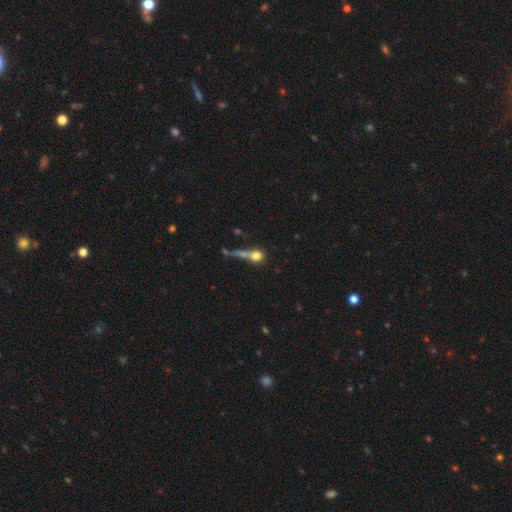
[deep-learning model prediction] A smooth galaxy with no disk features (65%) that is round (68%). Merging: none (39%).